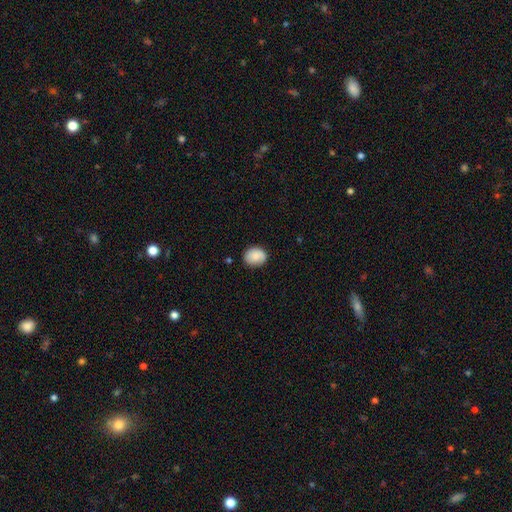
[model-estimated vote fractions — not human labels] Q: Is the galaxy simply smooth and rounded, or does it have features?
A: smooth — 84%.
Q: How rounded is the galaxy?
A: round — 56%.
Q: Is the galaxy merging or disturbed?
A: none — 79%.